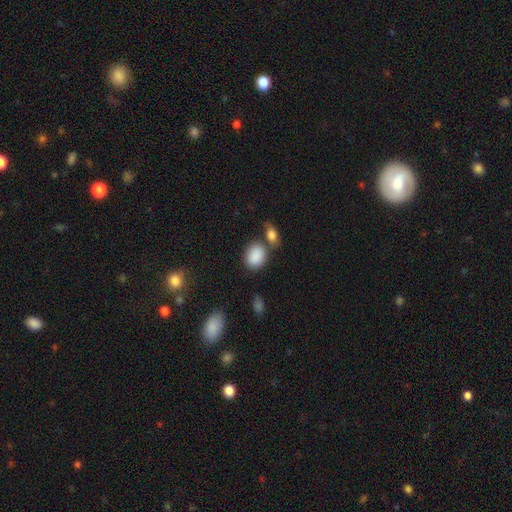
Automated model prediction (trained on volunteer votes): smooth-or-featured: smooth: 88% | star or artifact: 7% | featured or disk: 4%
  how-rounded: in between: 61% | round: 37% | cigar-shaped: 1%
  merging: none: 61% | merger: 20% | minor disturbance: 14% | major disturbance: 5%